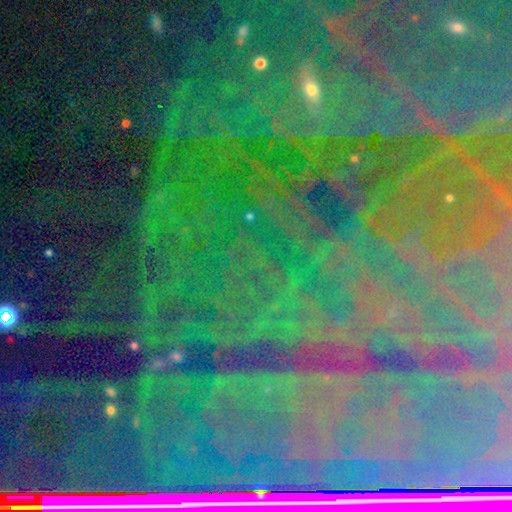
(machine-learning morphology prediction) This is clearly a star or artifact rather than a galaxy (86%).